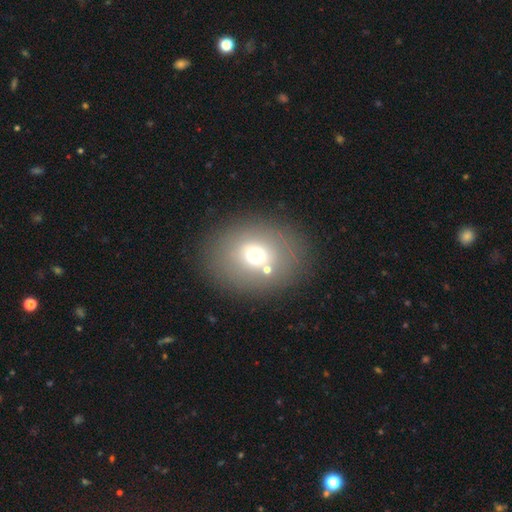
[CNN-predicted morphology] Smooth or featured: smooth — 64% (featured or disk — 22%)
How rounded: round — 51% (in between — 48%)
Merging: none — 79% (minor disturbance — 11%)